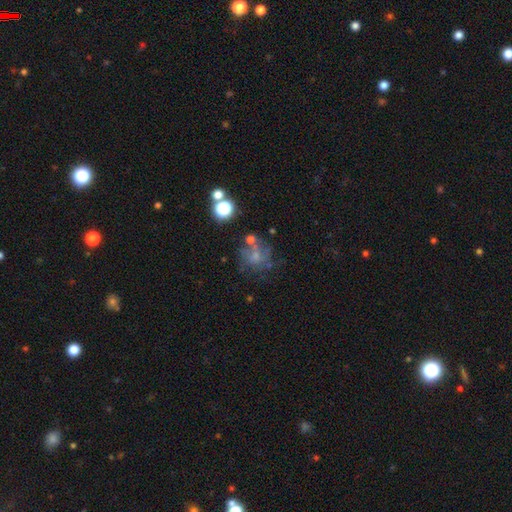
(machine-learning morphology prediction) Smooth or featured?
  - smooth: 41% *
  - featured or disk: 39%
  - star or artifact: 20%
Merging?
  - none: 46% *
  - major disturbance: 22%
  - minor disturbance: 19%
  - merger: 12%